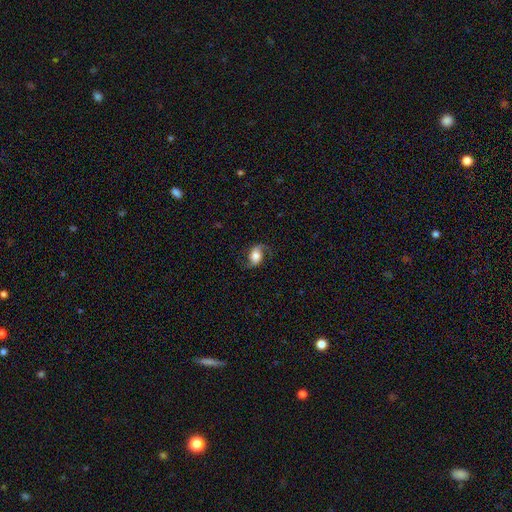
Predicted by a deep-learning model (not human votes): A featured or disk galaxy (65%) with no bar (57%), 2 (91%) loose (65%) spiral arms (93%) and a moderate central bulge (42%).

Vote fractions:
- Smooth or featured? featured or disk: 65% / smooth: 26% / star or artifact: 8%
- Edge-on disk? no: 95% / yes: 5%
- Bar? no: 57% / weak: 29% / strong: 13%
- Spiral arms? yes: 93% / no: 7%
- Spiral winding? loose: 65% / medium: 27% / tight: 7%
- Spiral arm count? 2: 91% / 1: 4% / can't tell: 2% / 3: 1% / 4: 1% / more than 4: 1%
- Bulge size? moderate: 42% / large: 35% / small: 11% / dominant: 8% / none: 3%
- Merging? none: 75% / minor disturbance: 16% / major disturbance: 8% / merger: 1%